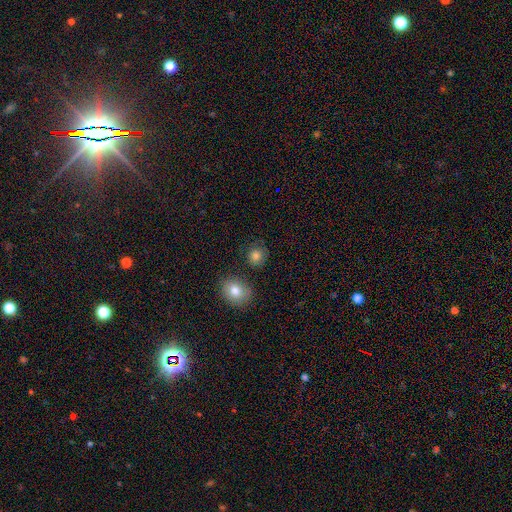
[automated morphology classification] The model was most divided on "merging": none: 79%, minor disturbance: 12%, merger: 5%, major disturbance: 4%. More confident: how rounded — round (83%); smooth or featured — smooth (82%).